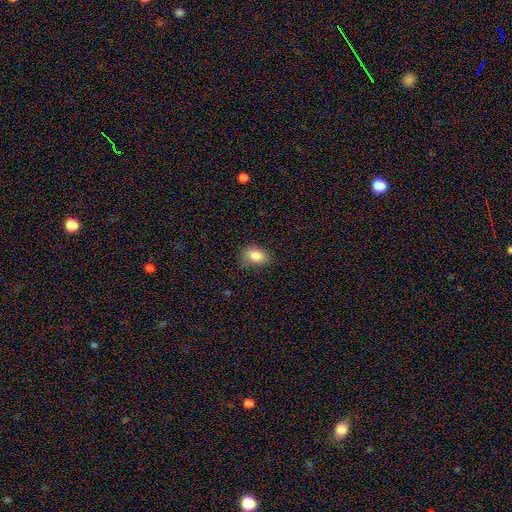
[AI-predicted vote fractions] Smooth or featured? Predicted: smooth (p=0.82). How rounded? Predicted: in between (p=0.71). Merging? Predicted: none (p=0.74).